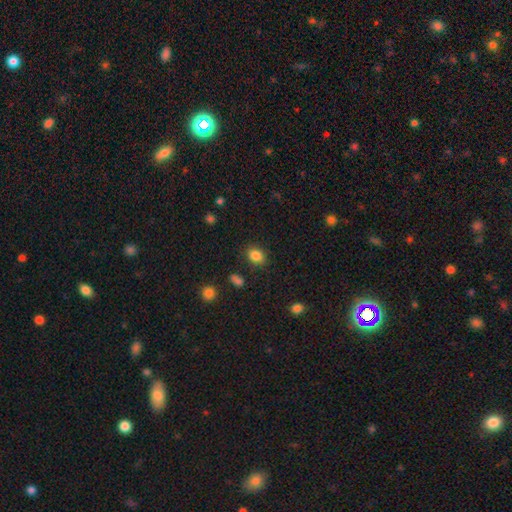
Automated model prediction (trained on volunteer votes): Smooth or featured?
  - smooth: 85% *
  - star or artifact: 10%
  - featured or disk: 4%
How rounded?
  - in between: 56% *
  - round: 43%
  - cigar-shaped: 1%
Merging?
  - none: 83% *
  - minor disturbance: 11%
  - major disturbance: 3%
  - merger: 2%